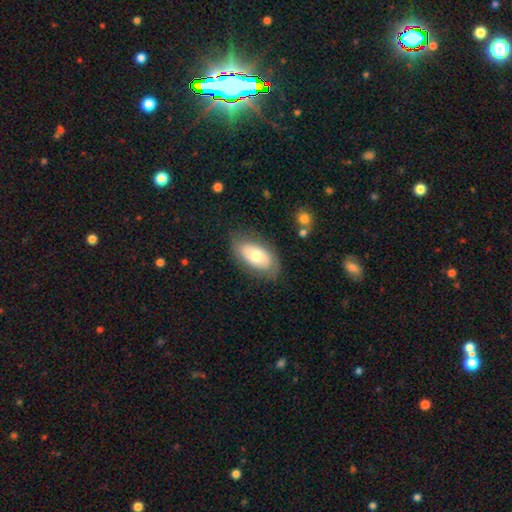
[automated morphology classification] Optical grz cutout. It shows a smooth galaxy with no disk features (61%) that is in between round and cigar-shaped (93%). Merging: none (75%).